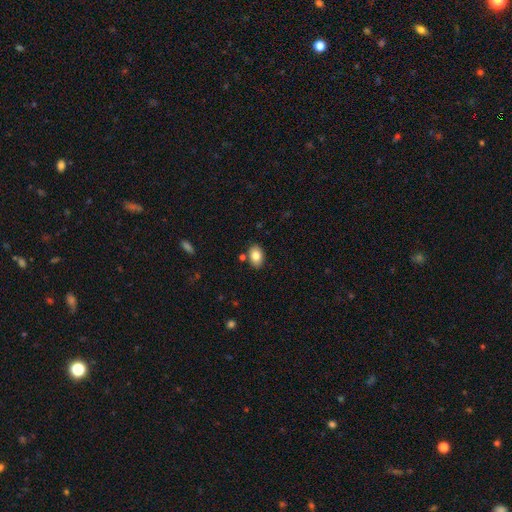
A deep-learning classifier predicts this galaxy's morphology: A smooth galaxy with no disk features (82%) that is in between round and cigar-shaped (83%). Merging: none (83%).